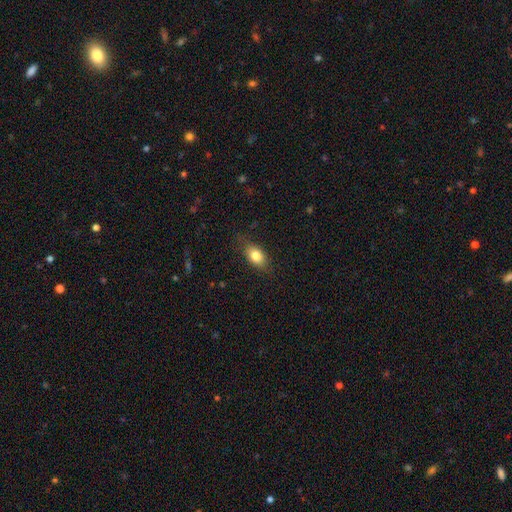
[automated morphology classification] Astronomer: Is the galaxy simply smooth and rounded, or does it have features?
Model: smooth — 80%.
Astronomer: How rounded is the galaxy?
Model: in between — 80%.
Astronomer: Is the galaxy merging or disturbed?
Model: none — 78%.